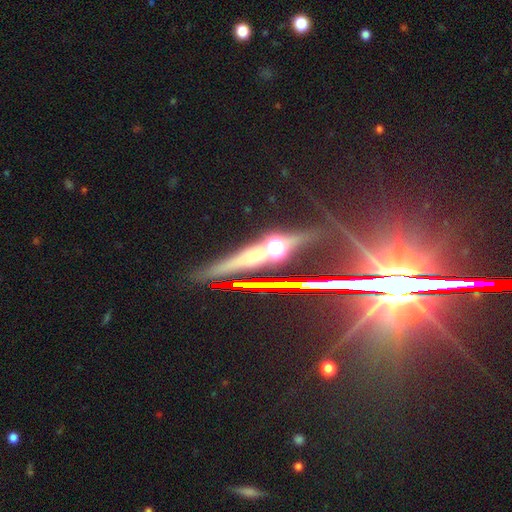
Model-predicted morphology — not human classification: This appears to be a featured or disk galaxy (44%). Merging: none (72%).